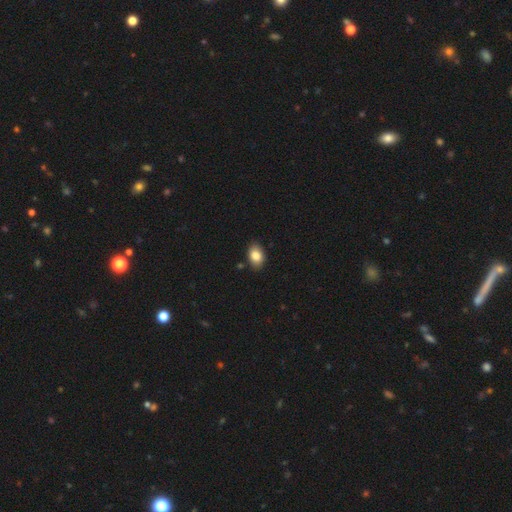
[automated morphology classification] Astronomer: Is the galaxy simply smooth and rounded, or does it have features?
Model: smooth — 85%.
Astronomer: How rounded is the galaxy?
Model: in between — 86%.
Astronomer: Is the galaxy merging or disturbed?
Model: none — 85%.